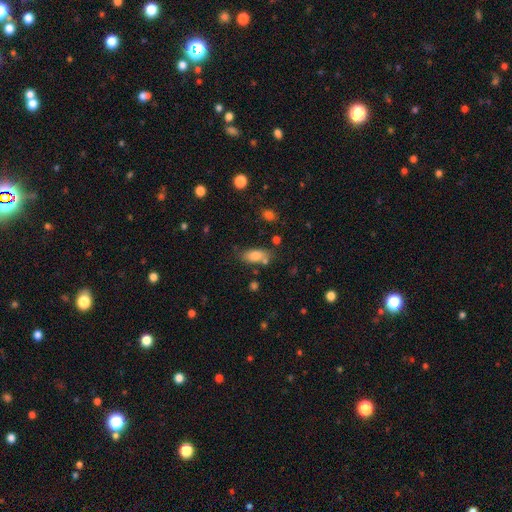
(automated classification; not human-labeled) smooth 82%, featured or disk 9%, star or artifact 9%. Down the decision tree: how rounded — in between (86%); merging — none (62%).